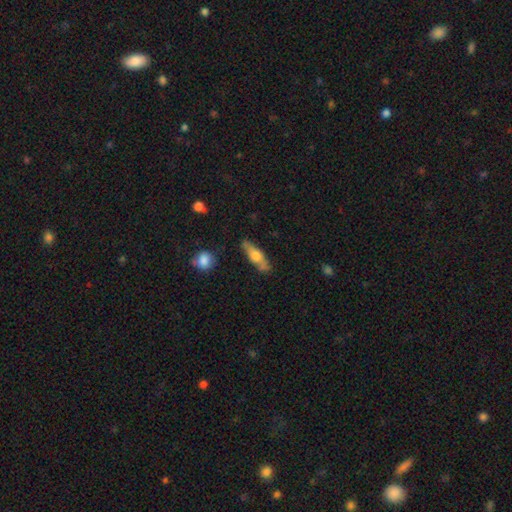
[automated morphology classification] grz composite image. It shows a smooth galaxy with no disk features (54%) that is cigar-shaped (52%). Merging: none (79%).